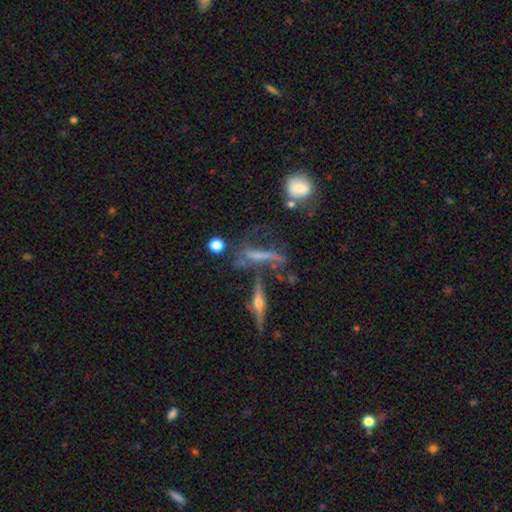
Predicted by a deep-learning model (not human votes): Smooth or featured?
  - featured or disk: 61% *
  - smooth: 22%
  - star or artifact: 17%
Edge-on disk?
  - yes: 64% *
  - no: 36%
Merging?
  - none: 40% *
  - merger: 21%
  - major disturbance: 21%
  - minor disturbance: 18%